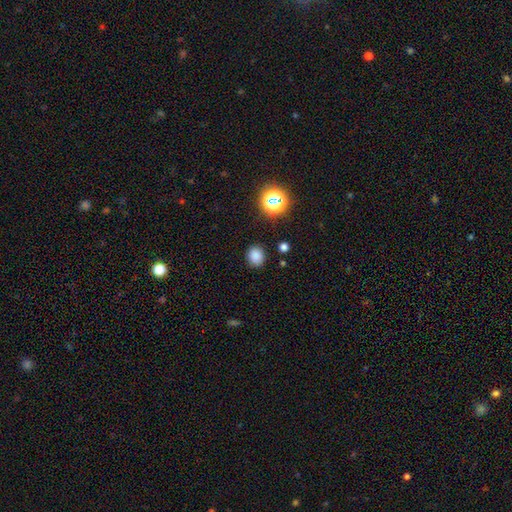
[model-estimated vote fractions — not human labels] Smooth or featured: smooth — 81% (star or artifact — 15%)
How rounded: round — 66% (in between — 33%)
Merging: none — 87% (minor disturbance — 9%)